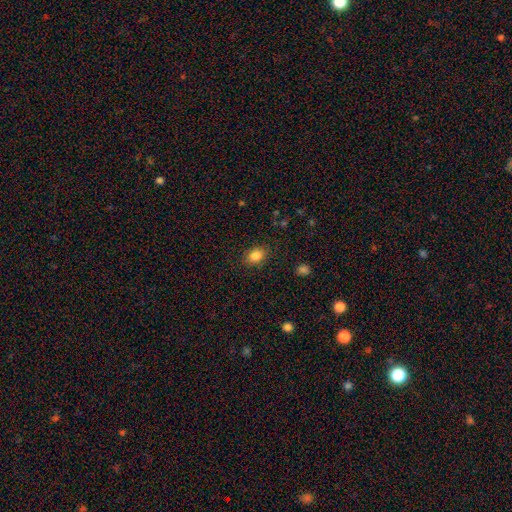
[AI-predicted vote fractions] Q: Smooth or featured?
A: smooth (85%); runner-up: star or artifact (9%)
Q: How rounded?
A: in between (72%); runner-up: round (26%)
Q: Merging?
A: none (85%); runner-up: minor disturbance (11%)